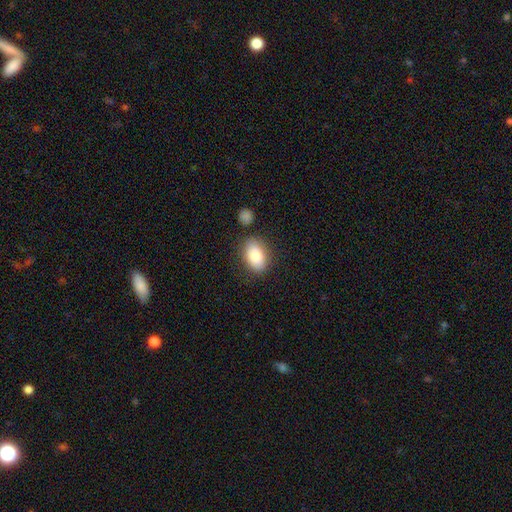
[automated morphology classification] smooth 84%, featured or disk 9%, star or artifact 7%. Down the decision tree: how rounded — in between (88%); merging — none (80%).